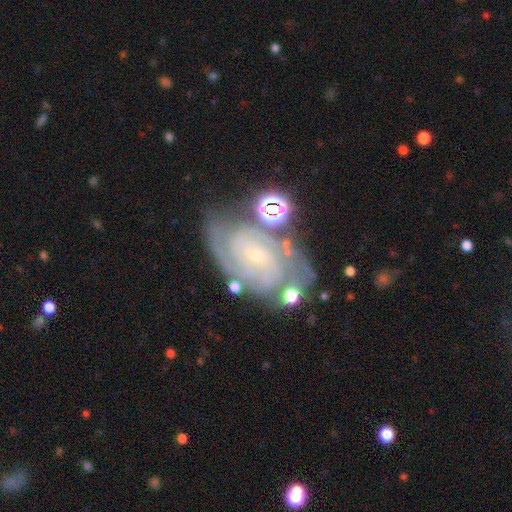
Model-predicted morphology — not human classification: Q: Smooth or featured?
A: featured or disk (85%); runner-up: star or artifact (8%)
Q: Edge-on disk?
A: no (96%); runner-up: yes (4%)
Q: Bar?
A: no (63%); runner-up: weak (28%)
Q: Spiral arms?
A: yes (96%); runner-up: no (4%)
Q: Spiral winding?
A: tight (69%); runner-up: medium (26%)
Q: Spiral arm count?
A: 2 (31%); runner-up: can't tell (29%)
Q: Bulge size?
A: small (86%); runner-up: moderate (9%)
Q: Merging?
A: none (67%); runner-up: minor disturbance (19%)